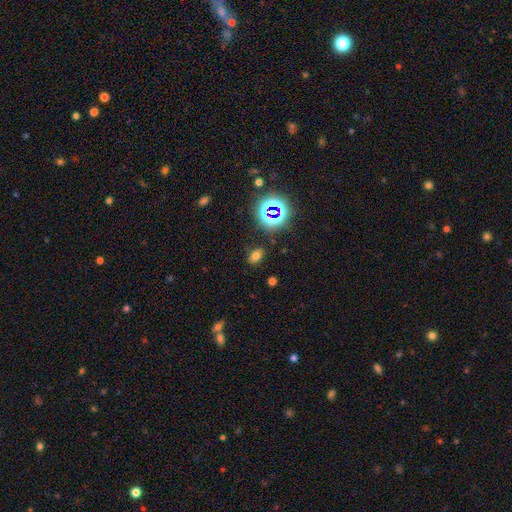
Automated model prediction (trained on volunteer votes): This appears to be a smooth galaxy with no disk features (61%) that is in between round and cigar-shaped (80%). Merging: none (82%).